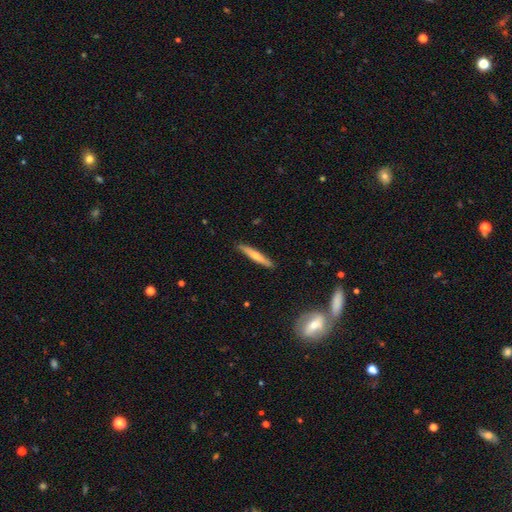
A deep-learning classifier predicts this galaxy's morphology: Overall: smooth (60%; featured or disk 34%). How rounded: cigar-shaped (94%). Merging: none (89%).